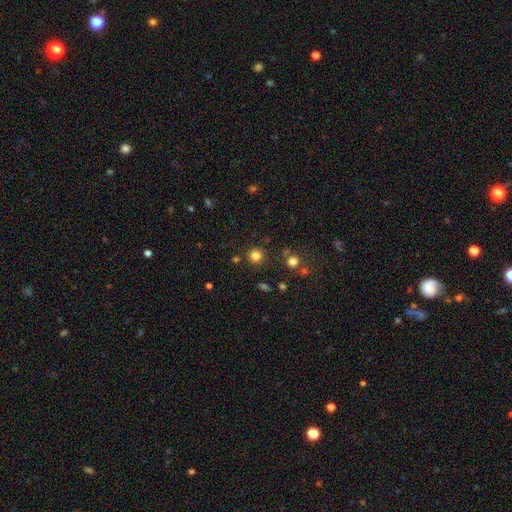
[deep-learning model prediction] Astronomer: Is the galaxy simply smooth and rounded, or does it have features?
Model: smooth — 80%.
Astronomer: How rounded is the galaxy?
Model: round — 94%.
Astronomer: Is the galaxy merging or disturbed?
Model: none — 87%.